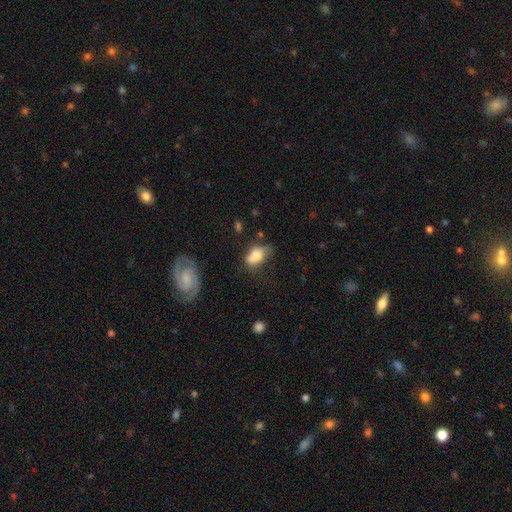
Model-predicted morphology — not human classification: Q: Smooth or featured?
A: smooth (73%); runner-up: featured or disk (19%)
Q: How rounded?
A: in between (85%); runner-up: round (12%)
Q: Merging?
A: minor disturbance (34%); runner-up: none (33%)